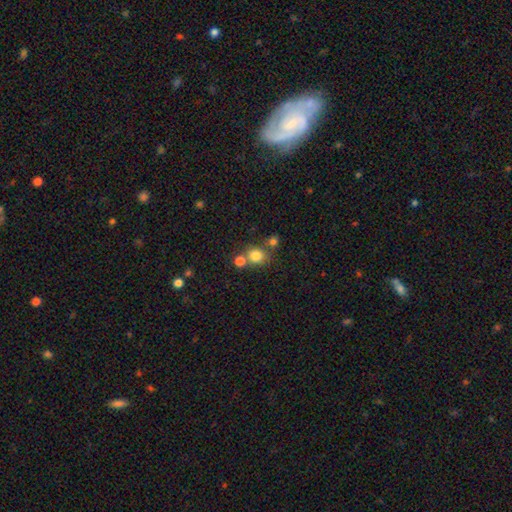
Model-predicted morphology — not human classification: Q: Smooth or featured?
A: smooth (79%); runner-up: star or artifact (13%)
Q: How rounded?
A: round (79%); runner-up: in between (20%)
Q: Merging?
A: none (58%); runner-up: merger (28%)